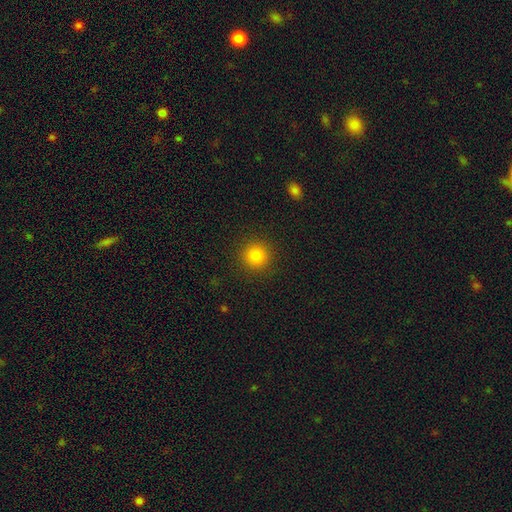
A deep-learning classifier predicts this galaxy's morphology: Smooth or featured? Predicted: smooth (p=0.84). How rounded? Predicted: round (p=0.94). Merging? Predicted: none (p=0.91).